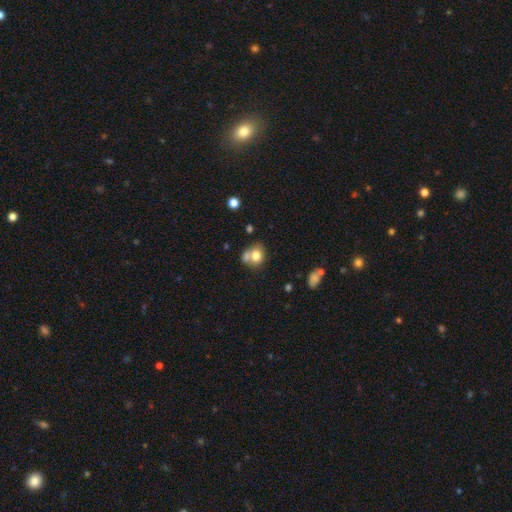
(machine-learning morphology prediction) type=smooth (75%); roundness=round (61%); merging=merger (40%).